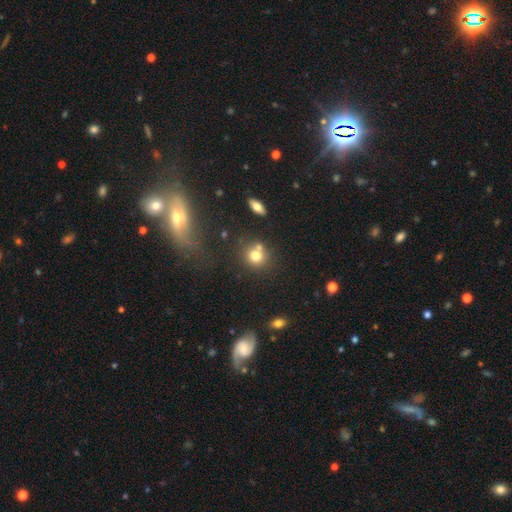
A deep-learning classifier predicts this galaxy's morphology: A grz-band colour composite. It shows a smooth galaxy with no disk features (74%) that is round (83%). Merging: none (59%).